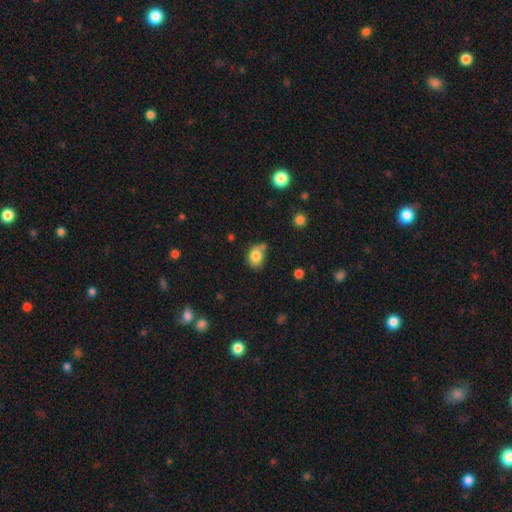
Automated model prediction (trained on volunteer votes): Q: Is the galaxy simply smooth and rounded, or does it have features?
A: smooth — 81%.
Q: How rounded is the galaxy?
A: in between — 55%.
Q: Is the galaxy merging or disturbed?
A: none — 54%.